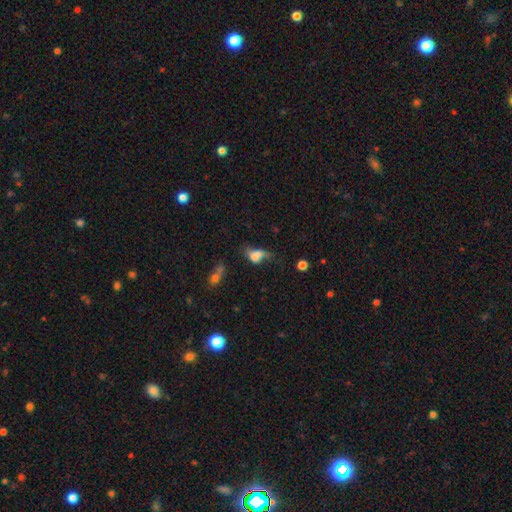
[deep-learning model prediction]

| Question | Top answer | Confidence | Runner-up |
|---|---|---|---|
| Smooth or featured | smooth | 62% | featured or disk (25%) |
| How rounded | in between | 77% | round (14%) |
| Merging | major disturbance | 37% | none (22%) |